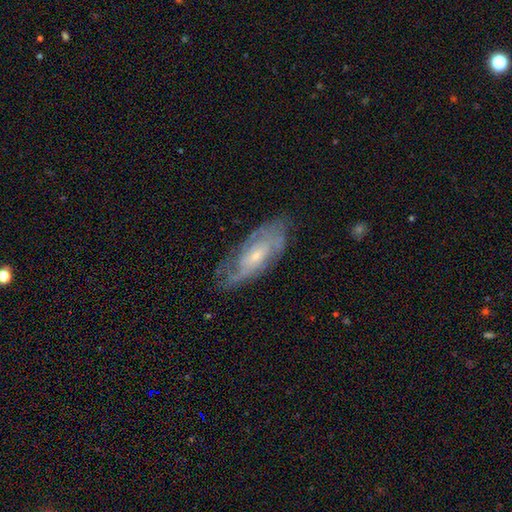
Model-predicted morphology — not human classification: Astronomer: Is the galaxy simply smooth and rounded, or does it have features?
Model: featured or disk — 73%.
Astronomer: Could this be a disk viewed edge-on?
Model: no — 86%.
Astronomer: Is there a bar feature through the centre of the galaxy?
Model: no — 63%.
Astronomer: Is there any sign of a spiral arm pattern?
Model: yes — 86%.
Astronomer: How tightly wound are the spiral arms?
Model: tight — 53% (runner-up: medium, 36%).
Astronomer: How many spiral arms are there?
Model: can't tell — 48% (runner-up: 2, 30%).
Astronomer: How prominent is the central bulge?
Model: small — 61%.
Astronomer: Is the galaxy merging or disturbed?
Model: none — 70%.